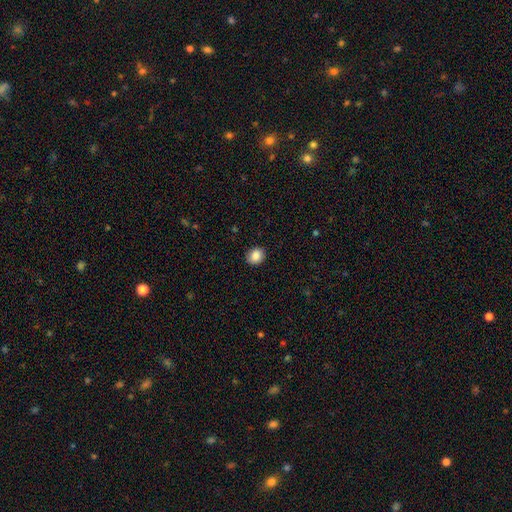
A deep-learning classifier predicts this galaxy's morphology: Q: Smooth or featured?
A: smooth (87%); runner-up: star or artifact (8%)
Q: How rounded?
A: round (65%); runner-up: in between (34%)
Q: Merging?
A: none (86%); runner-up: minor disturbance (11%)